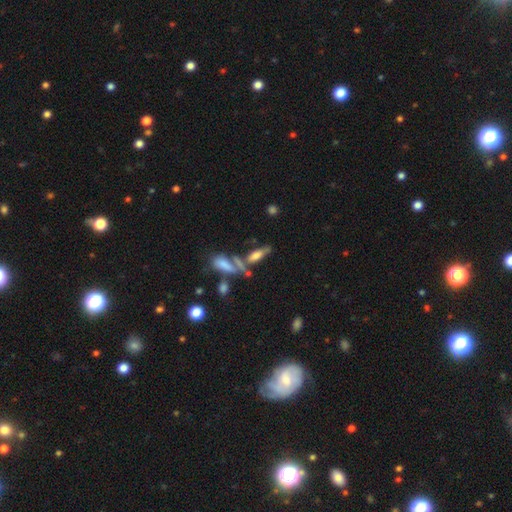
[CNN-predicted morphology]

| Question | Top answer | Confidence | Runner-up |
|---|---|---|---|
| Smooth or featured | smooth | 54% | featured or disk (36%) |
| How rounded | in between | 51% | cigar-shaped (45%) |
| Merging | none | 46% | merger (33%) |